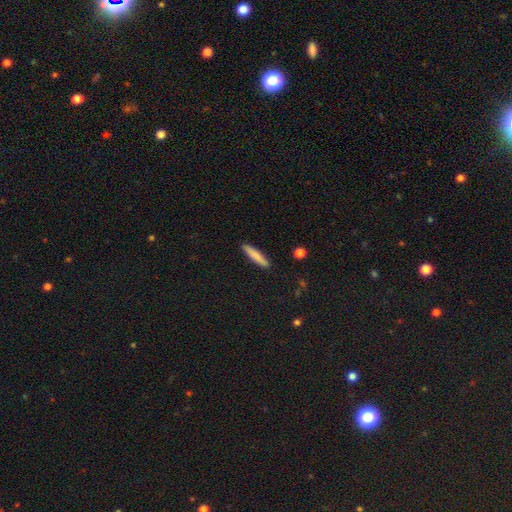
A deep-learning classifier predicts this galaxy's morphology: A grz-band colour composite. It shows a smooth galaxy with no disk features (82%) that is cigar-shaped (88%). Merging: none (90%).